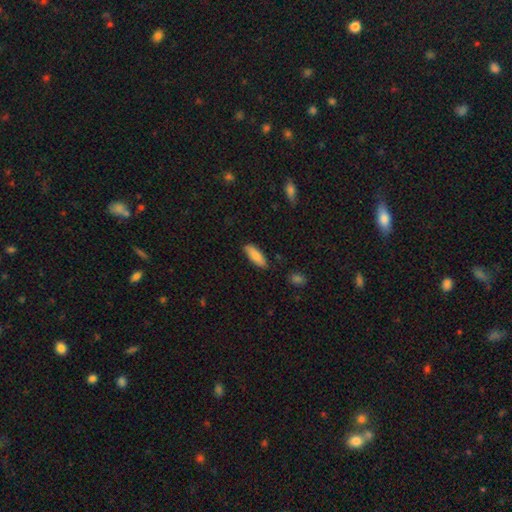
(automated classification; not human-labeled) Smooth or featured? Predicted: smooth (p=0.83). How rounded? Predicted: in between (p=0.66). Merging? Predicted: none (p=0.84).